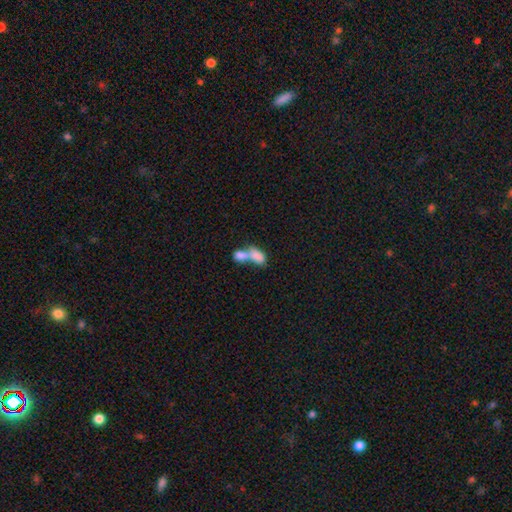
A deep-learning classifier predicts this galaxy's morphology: A smooth galaxy with no disk features (73%) that is in between round and cigar-shaped (83%). Merging: merger (76%).